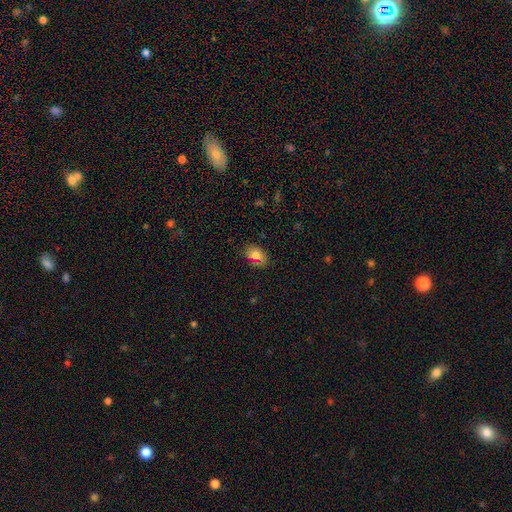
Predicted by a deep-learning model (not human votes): A smooth galaxy with no disk features (78%) that is in between round and cigar-shaped (78%).

Vote fractions:
- Smooth or featured? smooth: 78% / featured or disk: 11% / star or artifact: 11%
- How rounded? in between: 78% / round: 20% / cigar-shaped: 1%
- Merging? none: 74% / minor disturbance: 19% / major disturbance: 5% / merger: 3%